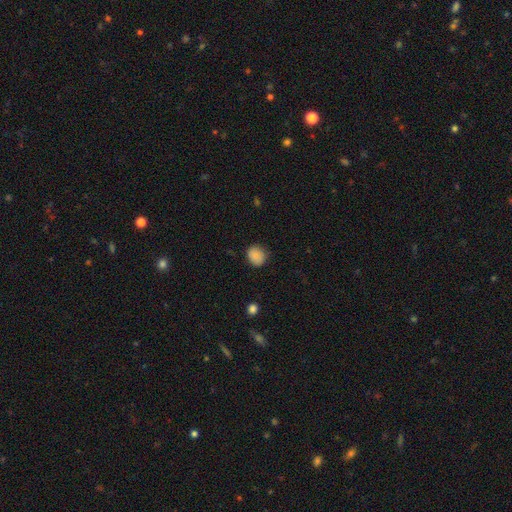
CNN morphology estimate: smooth 85%, star or artifact 9%, featured or disk 7%. Down the decision tree: how rounded — round (76%); merging — none (78%).